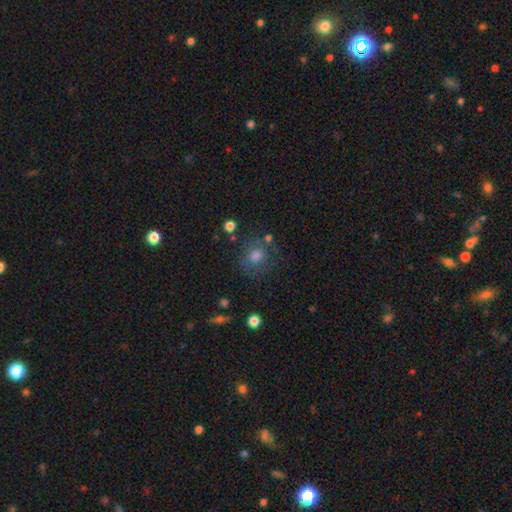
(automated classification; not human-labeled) smooth-or-featured: smooth: 57% | featured or disk: 25% | star or artifact: 19%
  how-rounded: round: 78% | in between: 21% | cigar-shaped: 1%
  merging: none: 70% | minor disturbance: 16% | major disturbance: 9% | merger: 4%